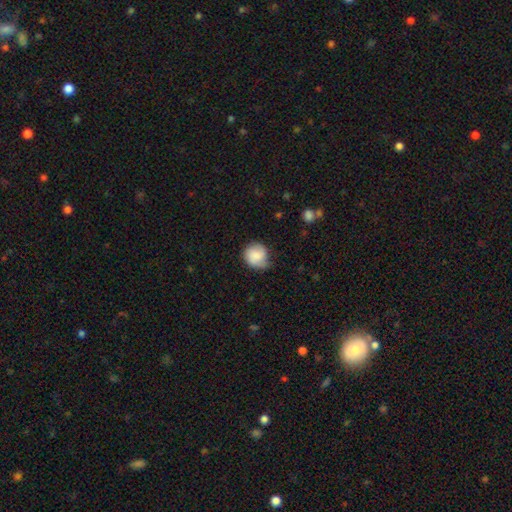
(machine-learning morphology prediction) Q: Smooth or featured?
A: smooth (72%); runner-up: featured or disk (21%)
Q: How rounded?
A: round (84%); runner-up: in between (15%)
Q: Merging?
A: none (56%); runner-up: minor disturbance (33%)